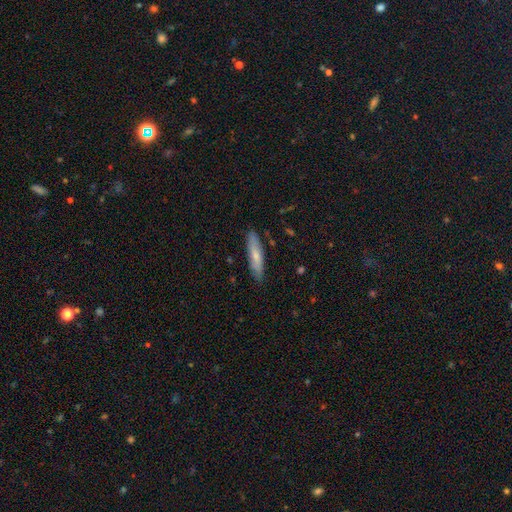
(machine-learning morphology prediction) Smooth or featured: smooth — 67% (featured or disk — 28%)
How rounded: cigar-shaped — 81% (in between — 18%)
Merging: none — 85% (minor disturbance — 12%)